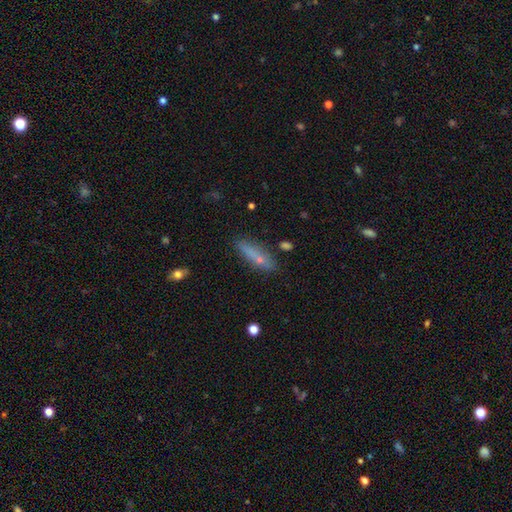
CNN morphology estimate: smooth-or-featured: smooth: 63% | featured or disk: 27% | star or artifact: 10%
  how-rounded: cigar-shaped: 73% | in between: 24% | round: 3%
  merging: none: 79% | minor disturbance: 15% | major disturbance: 3% | merger: 3%